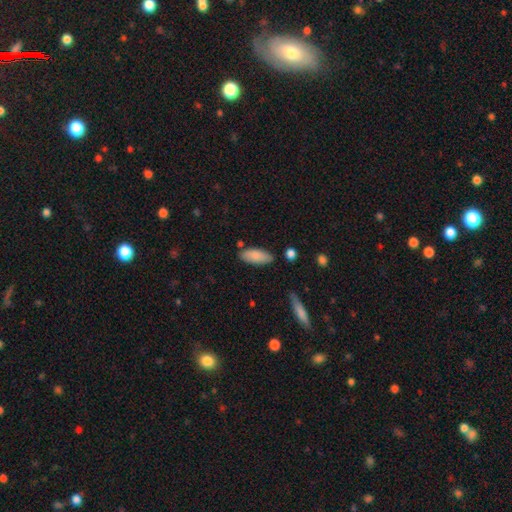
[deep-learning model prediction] Smooth or featured? Predicted: smooth (p=0.83). How rounded? Predicted: in between (p=0.82). Merging? Predicted: none (p=0.79).